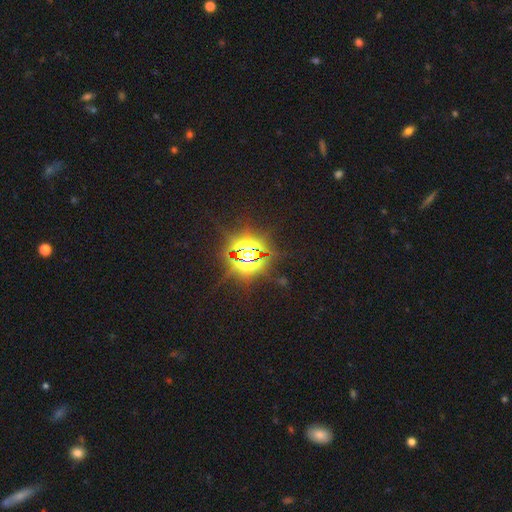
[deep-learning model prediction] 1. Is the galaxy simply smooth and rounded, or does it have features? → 84% star or artifact, 8% featured or disk, 8% smooth.